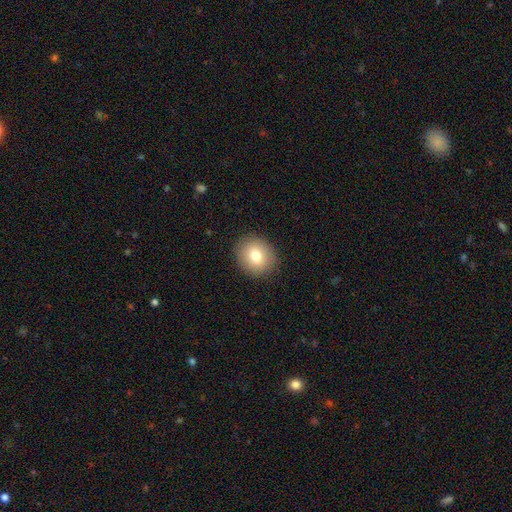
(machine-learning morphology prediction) Smooth or featured: smooth — 76% (featured or disk — 14%)
How rounded: round — 80% (in between — 20%)
Merging: none — 90% (minor disturbance — 7%)